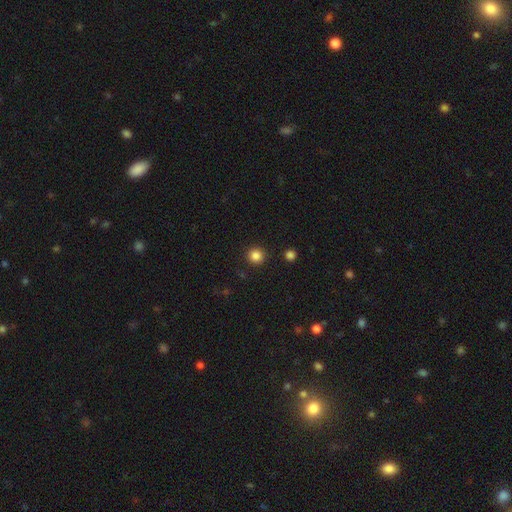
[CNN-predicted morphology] Smooth or featured?
  - smooth: 85% *
  - star or artifact: 12%
  - featured or disk: 3%
How rounded?
  - round: 95% *
  - in between: 4%
  - cigar-shaped: 1%
Merging?
  - none: 92% *
  - minor disturbance: 4%
  - major disturbance: 2%
  - merger: 2%